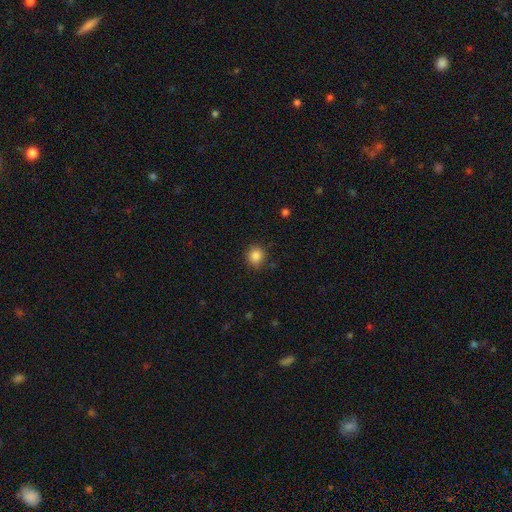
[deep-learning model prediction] A smooth galaxy with no disk features (86%) that is round (86%).

Vote fractions:
- Smooth or featured? smooth: 86% / star or artifact: 10% / featured or disk: 4%
- How rounded? round: 86% / in between: 13% / cigar-shaped: 1%
- Merging? none: 87% / minor disturbance: 10% / major disturbance: 2% / merger: 1%